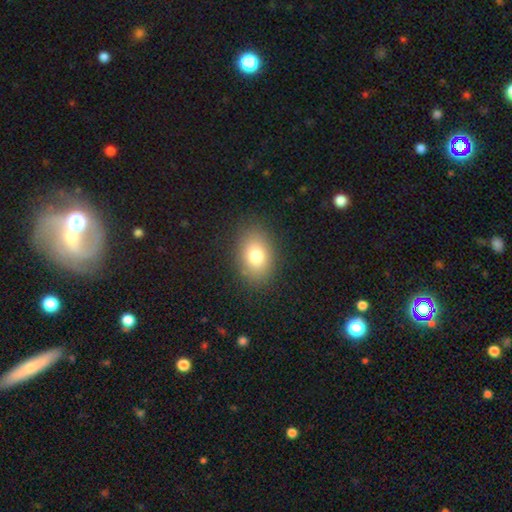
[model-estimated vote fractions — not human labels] Q: Smooth or featured?
A: smooth (79%); runner-up: featured or disk (11%)
Q: How rounded?
A: in between (76%); runner-up: round (22%)
Q: Merging?
A: none (86%); runner-up: minor disturbance (10%)